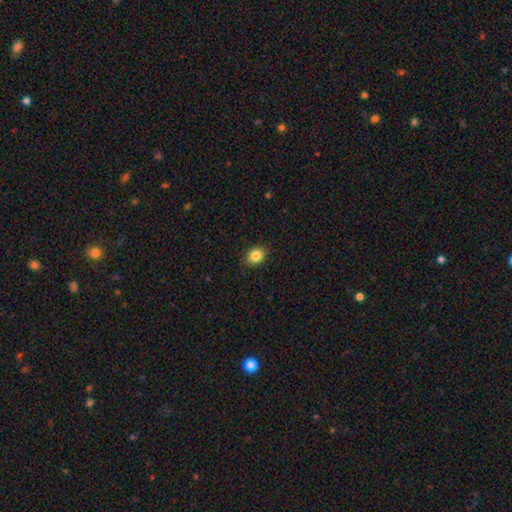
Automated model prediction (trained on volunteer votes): Q: Smooth or featured?
A: smooth (85%); runner-up: star or artifact (9%)
Q: How rounded?
A: in between (57%); runner-up: round (42%)
Q: Merging?
A: none (88%); runner-up: minor disturbance (9%)